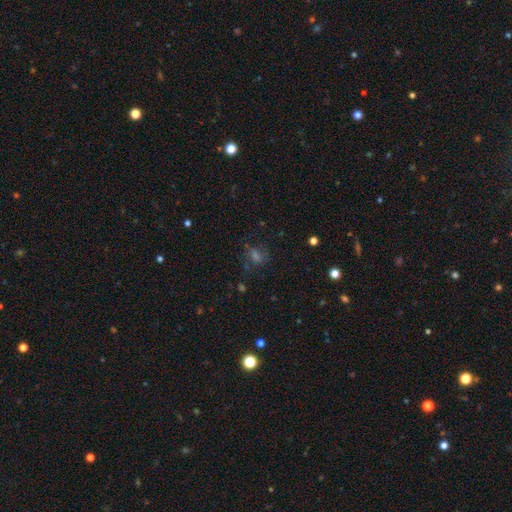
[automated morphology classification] The model was most divided on "smooth or featured": smooth: 37%, star or artifact: 34%, featured or disk: 29%. More confident: merging — none (63%).